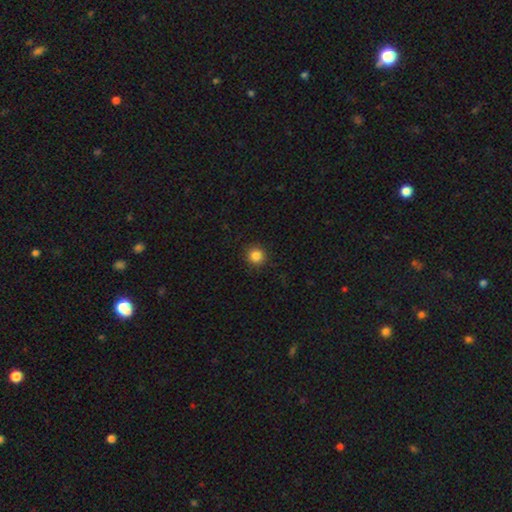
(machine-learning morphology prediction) This appears to be a smooth galaxy with no disk features (85%) that is round (94%). Merging: none (91%).